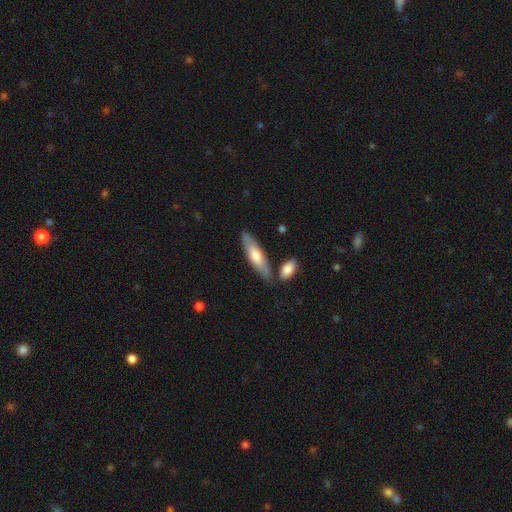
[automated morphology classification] smooth_or_featured: smooth (p=0.60) [alt: featured or disk p=0.35]
how_rounded: cigar-shaped (p=0.62) [alt: in between p=0.37]
merging: none (p=0.77) [alt: minor disturbance p=0.13]